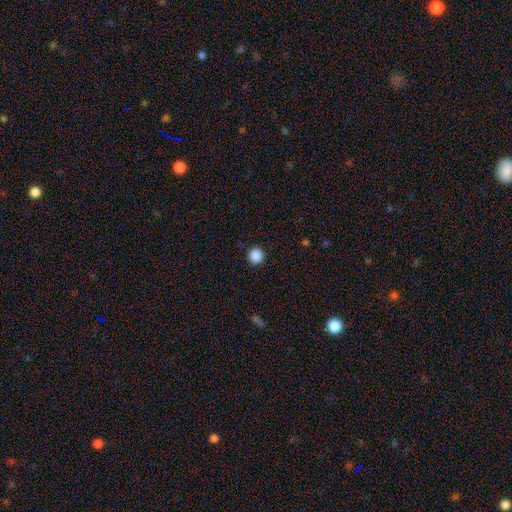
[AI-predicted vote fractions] Smooth or featured? Predicted: smooth (p=0.88). How rounded? Predicted: round (p=0.94). Merging? Predicted: none (p=0.92).